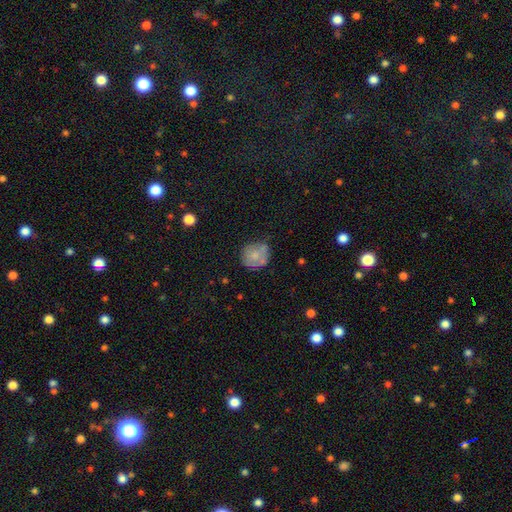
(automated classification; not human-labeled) smooth 61%, featured or disk 31%, star or artifact 8%. Down the decision tree: how rounded — round (84%); merging — none (59%).